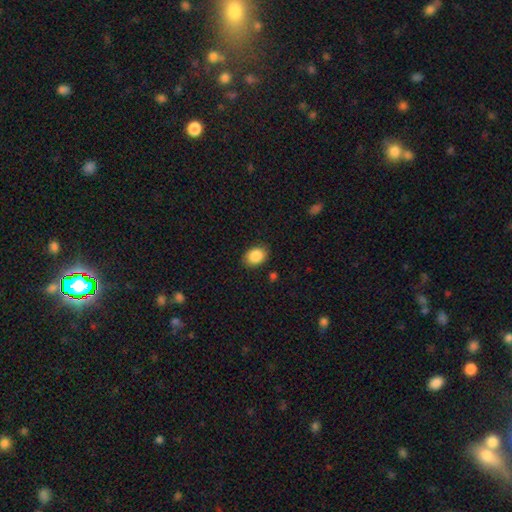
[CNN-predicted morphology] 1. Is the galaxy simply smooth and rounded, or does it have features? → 88% smooth, 8% star or artifact, 4% featured or disk.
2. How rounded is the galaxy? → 69% in between, 30% round, 1% cigar-shaped.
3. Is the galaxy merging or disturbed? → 85% none, 11% minor disturbance, 3% major disturbance, 1% merger.